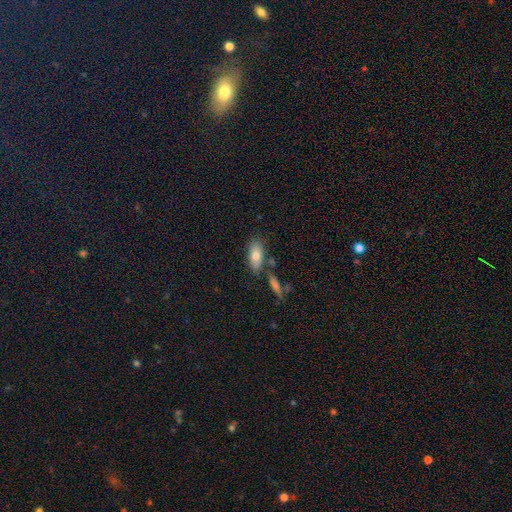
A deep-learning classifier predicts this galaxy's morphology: smooth 75%, featured or disk 18%, star or artifact 7%. Down the decision tree: how rounded — in between (84%); merging — none (68%).